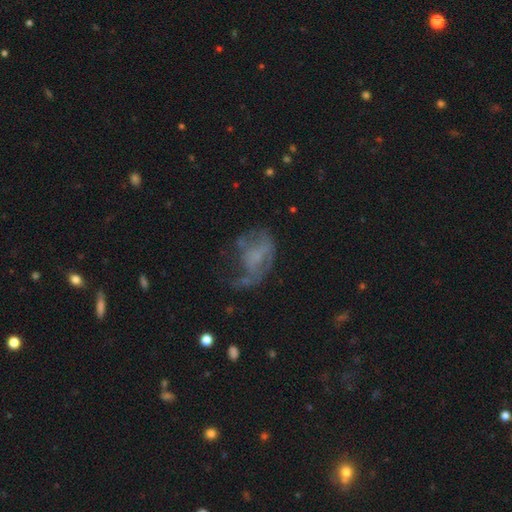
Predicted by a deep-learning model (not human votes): smooth_or_featured: featured or disk (p=0.54) [alt: smooth p=0.32]
disk_edge_on: no (p=0.97) [alt: yes p=0.03]
bar: no (p=0.75) [alt: weak p=0.20]
has_spiral_arms: no (p=0.58) [alt: yes p=0.42]
bulge_size: none (p=0.56) [alt: small p=0.24]
merging: major disturbance (p=0.45) [alt: none p=0.30]